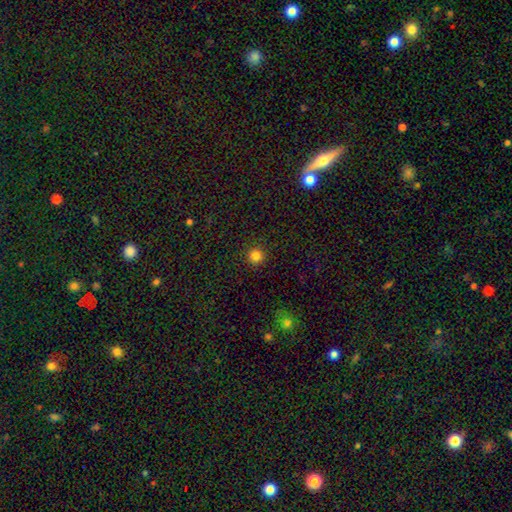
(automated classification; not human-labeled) smooth 83%, star or artifact 13%, featured or disk 4%. Down the decision tree: how rounded — round (95%); merging — none (93%).